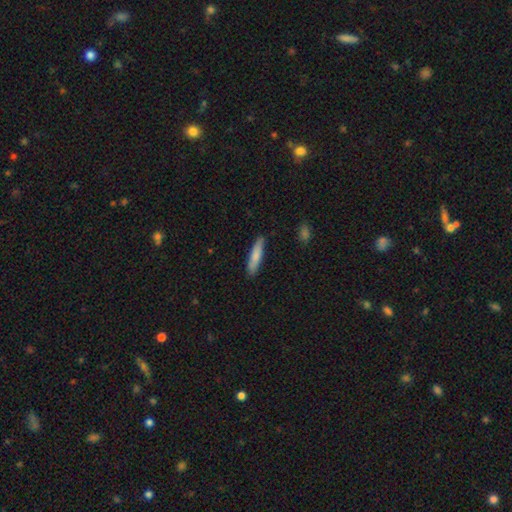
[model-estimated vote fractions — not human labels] smooth_or_featured: smooth (p=0.78) [alt: featured or disk p=0.16]
how_rounded: cigar-shaped (p=0.82) [alt: in between p=0.17]
merging: none (p=0.86) [alt: minor disturbance p=0.10]